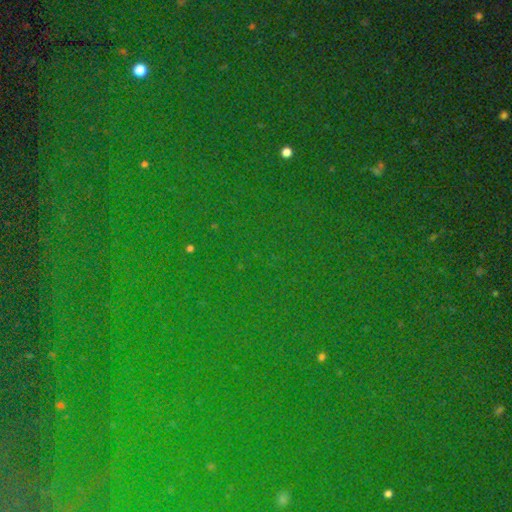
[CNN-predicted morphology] Smooth or featured: star or artifact — 81% (smooth — 11%)